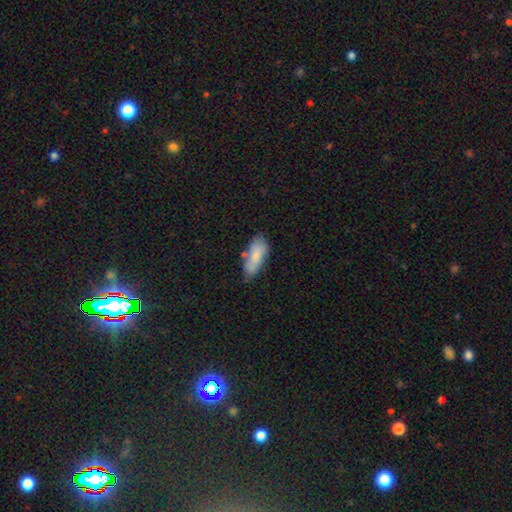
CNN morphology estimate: Smooth or featured: smooth — 81% (featured or disk — 13%)
How rounded: in between — 78% (cigar-shaped — 20%)
Merging: none — 59% (minor disturbance — 26%)